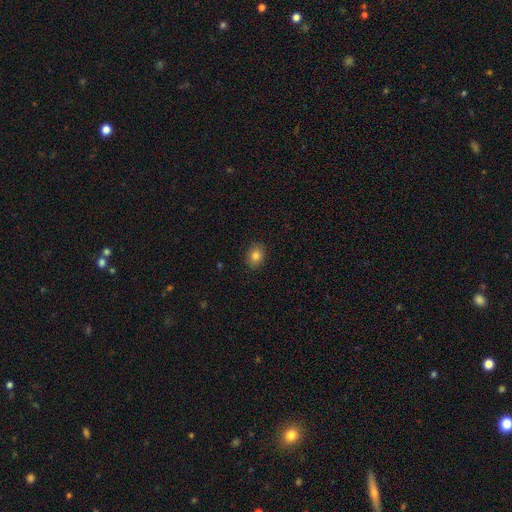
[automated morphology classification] Smooth or featured: smooth — 82% (star or artifact — 11%)
How rounded: in between — 53% (round — 46%)
Merging: none — 88% (minor disturbance — 9%)